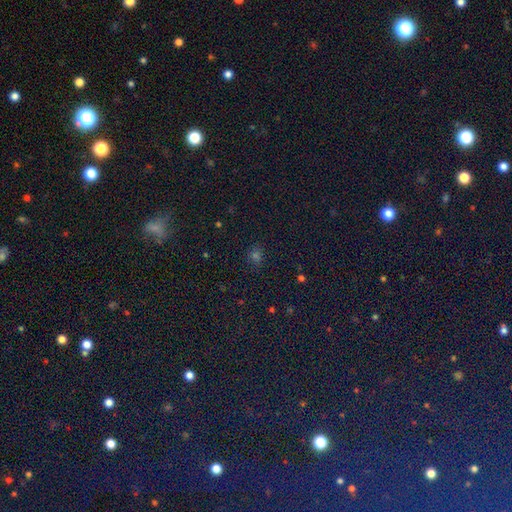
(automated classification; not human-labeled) Morphology: type=smooth (61%); roundness=round (74%); merging=none (86%).